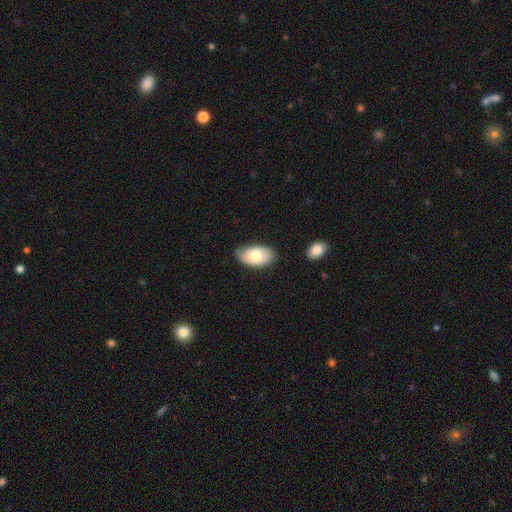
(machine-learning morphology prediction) The model was most divided on "merging": none: 76%, minor disturbance: 19%, major disturbance: 3%, merger: 2%. More confident: how rounded — in between (95%); smooth or featured — smooth (76%).